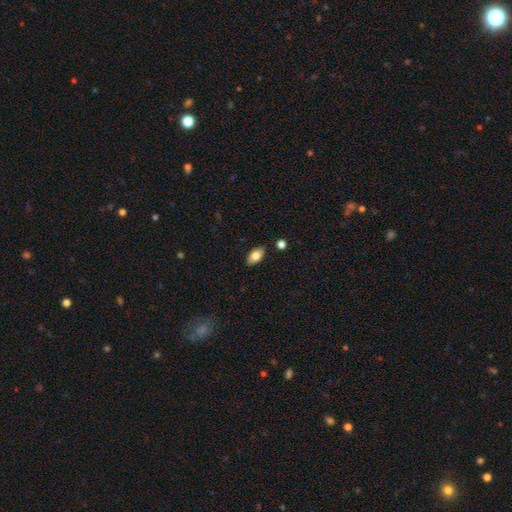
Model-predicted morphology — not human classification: smooth 81%, featured or disk 12%, star or artifact 7%. Down the decision tree: how rounded — in between (92%); merging — none (87%).